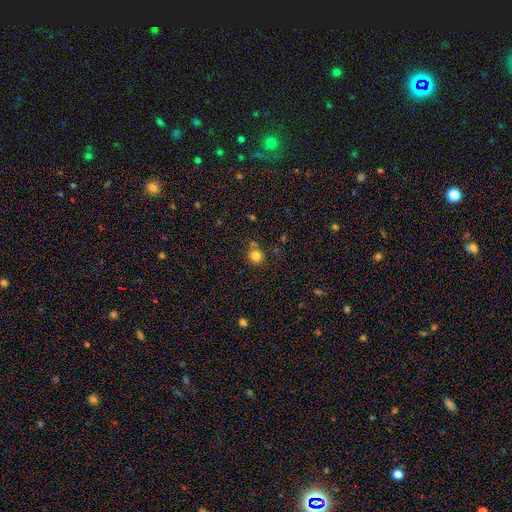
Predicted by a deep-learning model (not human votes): Smooth or featured: smooth — 81% (star or artifact — 13%)
How rounded: round — 88% (in between — 11%)
Merging: none — 75% (minor disturbance — 13%)